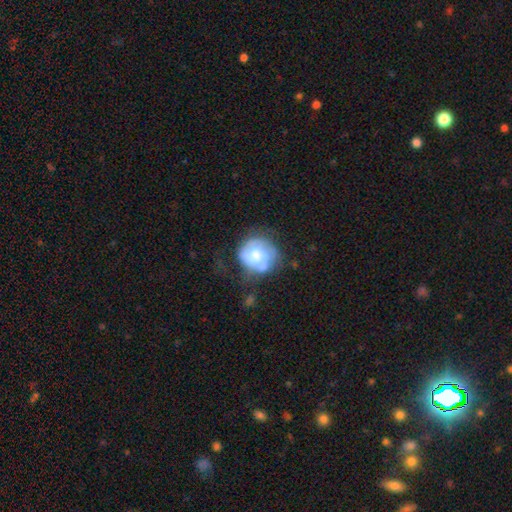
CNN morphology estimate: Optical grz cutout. It shows a smooth galaxy with no disk features (51%) that is round (80%). Merging: none (39%).